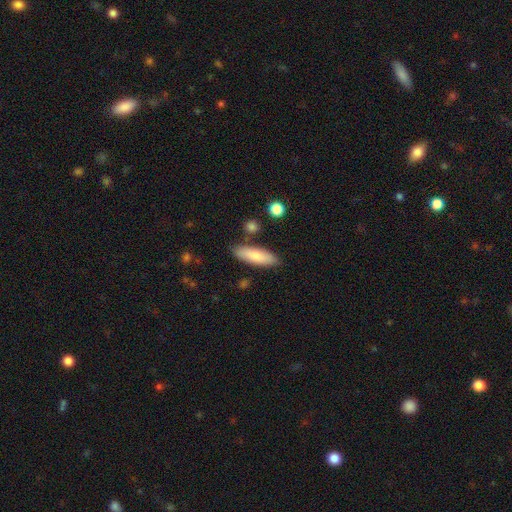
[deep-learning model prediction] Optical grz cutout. It shows a smooth galaxy with no disk features (80%) that is cigar-shaped (52%). Merging: none (83%).